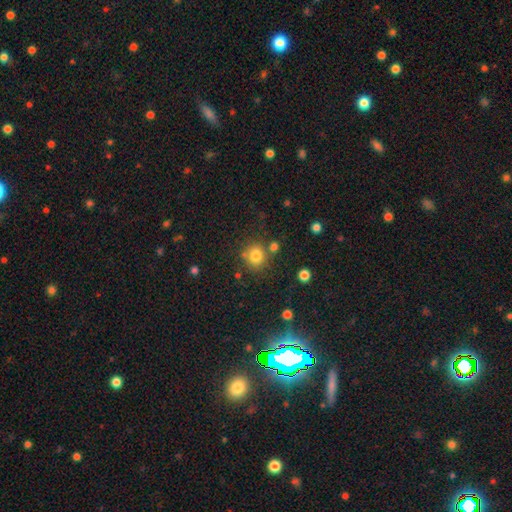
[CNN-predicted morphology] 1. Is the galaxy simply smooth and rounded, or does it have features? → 79% smooth, 14% star or artifact, 8% featured or disk.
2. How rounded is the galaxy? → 83% round, 16% in between, 1% cigar-shaped.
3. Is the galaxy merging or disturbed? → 73% none, 12% minor disturbance, 11% merger, 4% major disturbance.